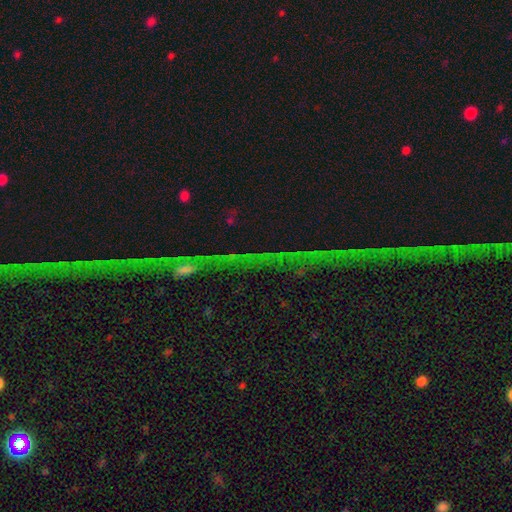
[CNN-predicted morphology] Smooth or featured? star or artifact (68%)